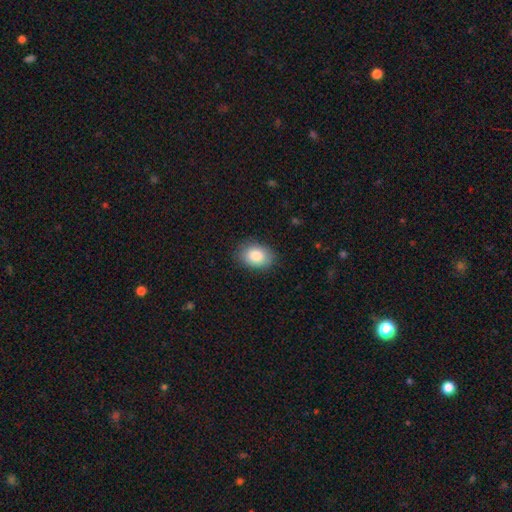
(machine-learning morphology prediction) type=smooth (85%); roundness=in between (75%); merging=none (83%).